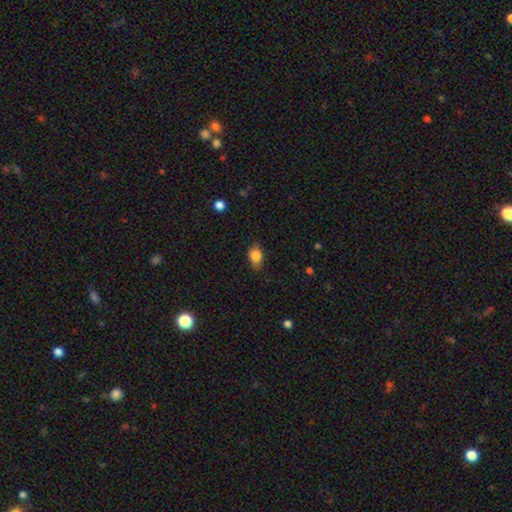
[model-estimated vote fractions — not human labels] smooth_or_featured: smooth (p=0.83) [alt: star or artifact p=0.09]
how_rounded: in between (p=0.73) [alt: round p=0.25]
merging: none (p=0.71) [alt: minor disturbance p=0.23]